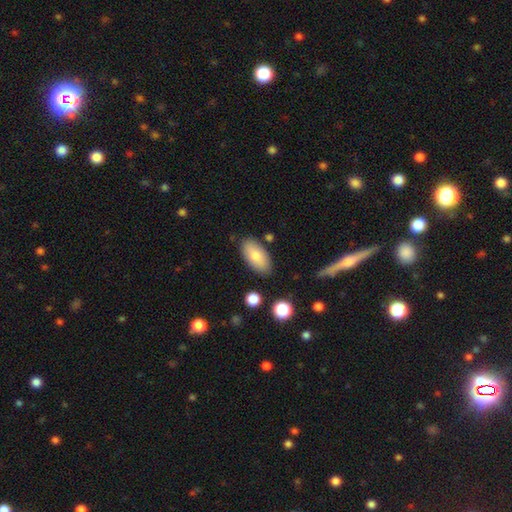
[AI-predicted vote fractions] smooth_or_featured: smooth (p=0.77) [alt: featured or disk p=0.16]
how_rounded: in between (p=0.93) [alt: cigar-shaped p=0.04]
merging: none (p=0.83) [alt: minor disturbance p=0.12]